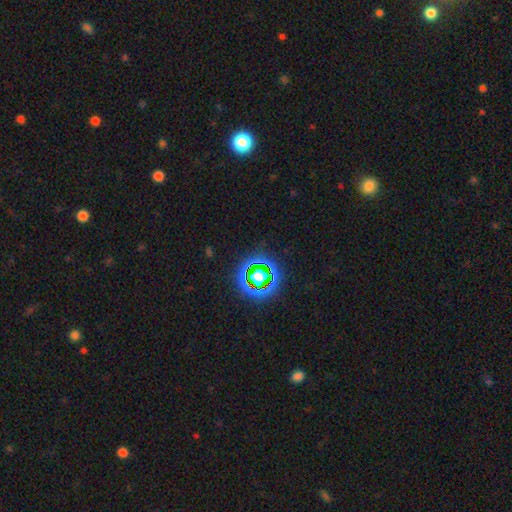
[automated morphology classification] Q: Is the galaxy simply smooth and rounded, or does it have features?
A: star or artifact — 74%.